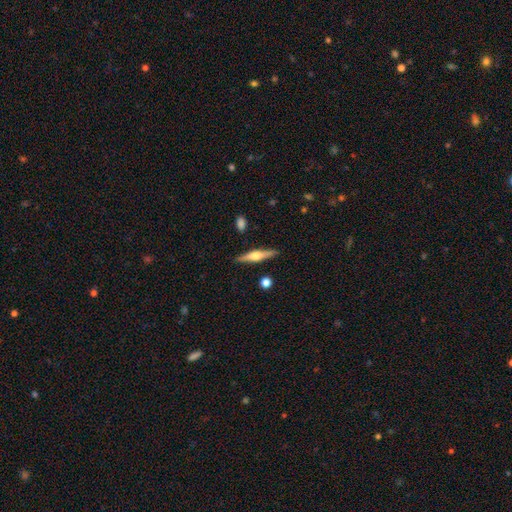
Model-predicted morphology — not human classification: The model was most divided on "smooth or featured": featured or disk: 65%, smooth: 29%, star or artifact: 6%. More confident: edge-on disk — yes (97%); edge-on bulge — rounded (90%); merging — none (88%).